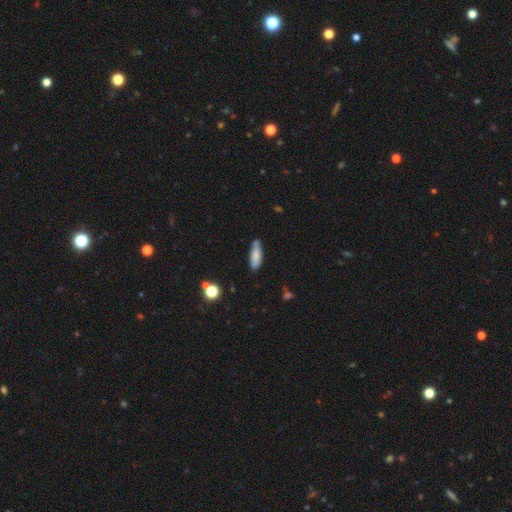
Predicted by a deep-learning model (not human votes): Smooth or featured?
  - smooth: 76% *
  - featured or disk: 17%
  - star or artifact: 8%
How rounded?
  - in between: 59% *
  - cigar-shaped: 39%
  - round: 2%
Merging?
  - none: 69% *
  - minor disturbance: 23%
  - merger: 4%
  - major disturbance: 4%